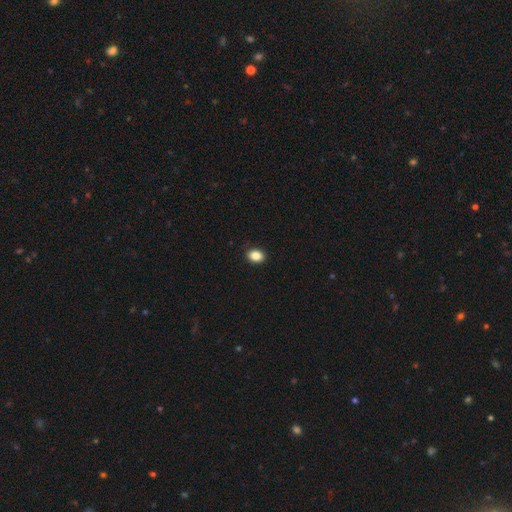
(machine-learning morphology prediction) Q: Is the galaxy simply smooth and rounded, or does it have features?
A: smooth — 87%.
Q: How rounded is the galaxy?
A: in between — 67%.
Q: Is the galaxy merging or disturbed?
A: none — 90%.